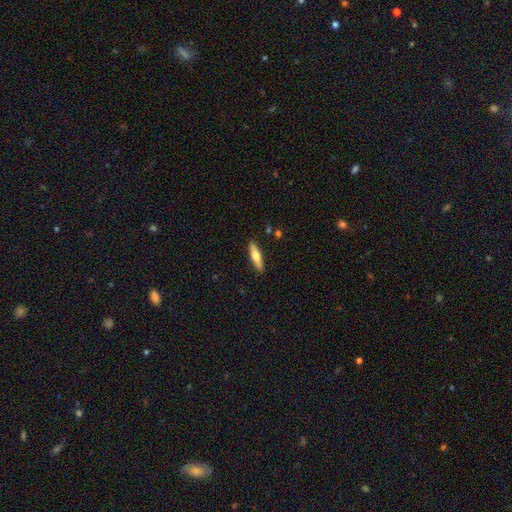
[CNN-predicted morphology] This is possibly a smooth galaxy (52%). How rounded: likely cigar-shaped (71%). Merging: clearly none (89%).